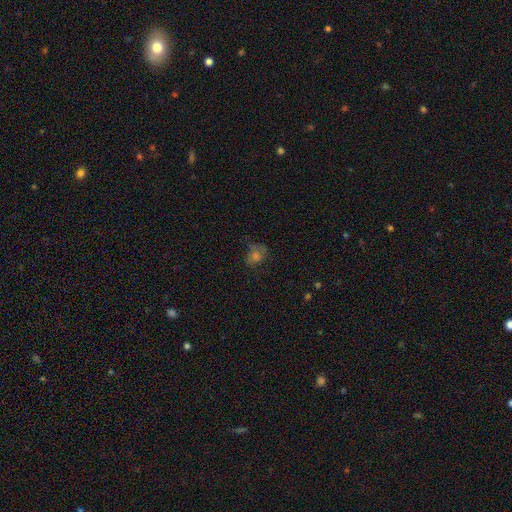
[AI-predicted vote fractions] Overall: smooth (54%; star or artifact 25%). How rounded: round (62%; in between 37%). Merging: none (58%; minor disturbance 24%).